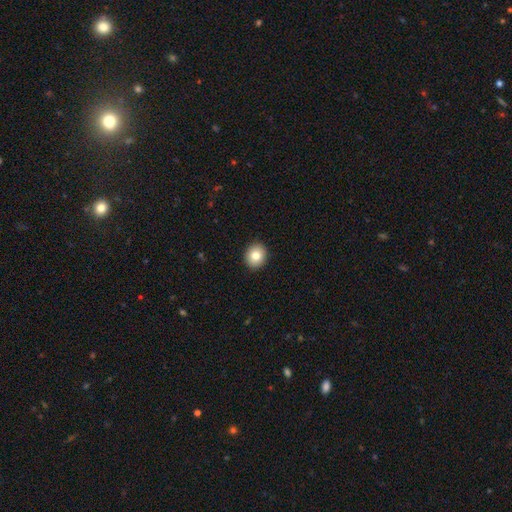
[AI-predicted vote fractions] Smooth or featured: smooth — 81% (featured or disk — 10%)
How rounded: round — 72% (in between — 27%)
Merging: none — 92% (minor disturbance — 6%)